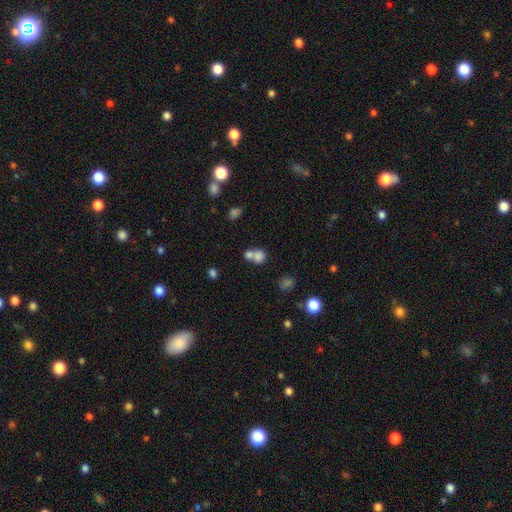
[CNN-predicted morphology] smooth-or-featured: smooth: 76% | featured or disk: 12% | star or artifact: 12%
  how-rounded: round: 63% | in between: 36% | cigar-shaped: 1%
  merging: merger: 61% | none: 28% | minor disturbance: 7% | major disturbance: 4%